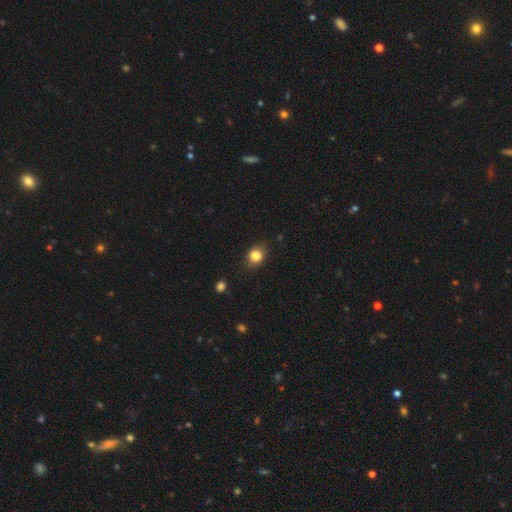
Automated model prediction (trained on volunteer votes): A smooth galaxy with no disk features (83%) that is round (54%).

Vote fractions:
- Smooth or featured? smooth: 83% / star or artifact: 10% / featured or disk: 6%
- How rounded? round: 54% / in between: 45% / cigar-shaped: 1%
- Merging? none: 80% / minor disturbance: 15% / major disturbance: 3% / merger: 1%